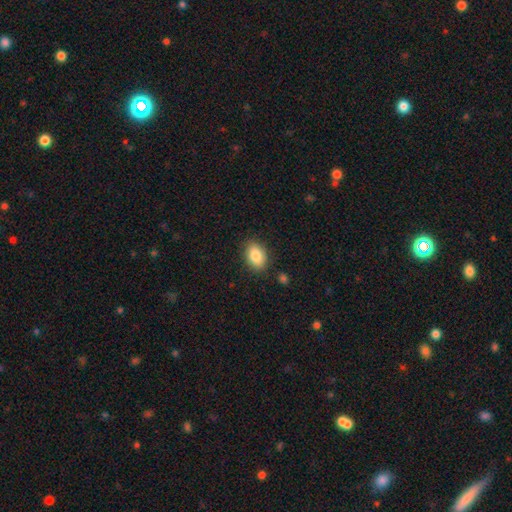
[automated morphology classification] This is clearly a smooth galaxy (85%). How rounded: clearly in between (84%). Merging: clearly none (85%).